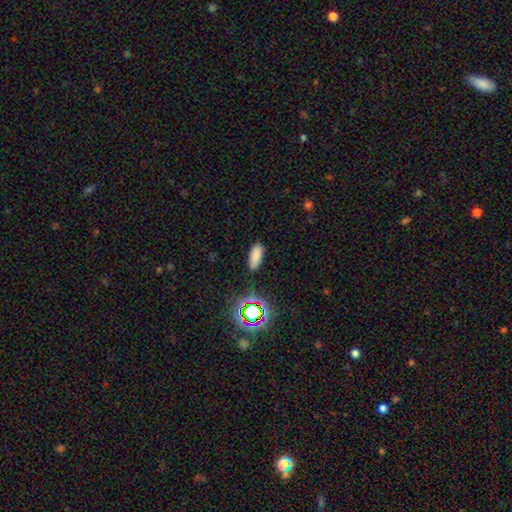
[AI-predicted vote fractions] This is likely a smooth galaxy (80%). How rounded: clearly in between (82%). Merging: clearly none (85%).